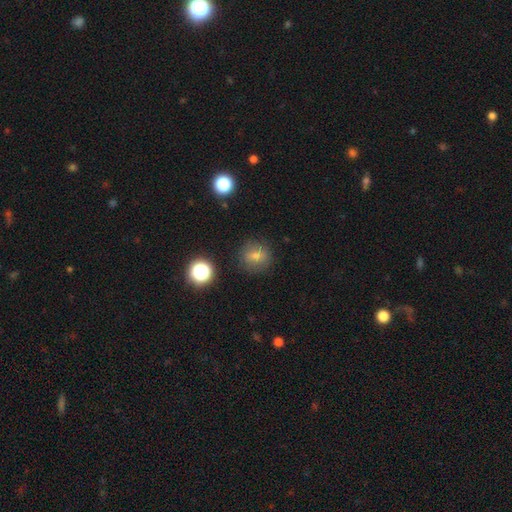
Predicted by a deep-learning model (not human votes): Overall: smooth (67%). How rounded: round (84%). Merging: none (87%).